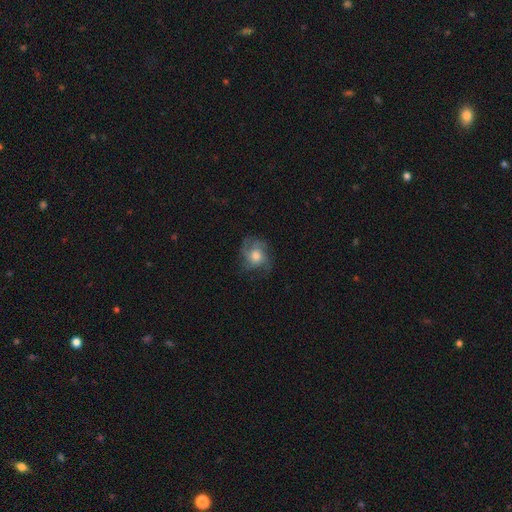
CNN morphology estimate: featured or disk 56%, smooth 34%, star or artifact 10%. Down the decision tree: edge-on disk — no (97%); bar — no (79%); spiral arms — yes (84%); bulge size — moderate (56%); merging — none (63%).